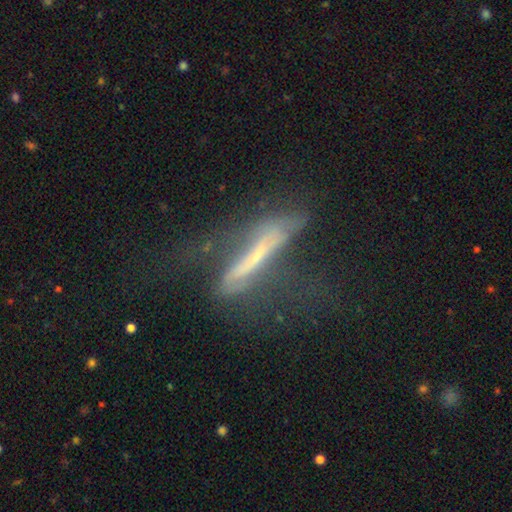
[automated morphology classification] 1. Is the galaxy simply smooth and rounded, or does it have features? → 61% featured or disk, 29% smooth, 10% star or artifact.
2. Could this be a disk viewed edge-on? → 62% yes, 38% no.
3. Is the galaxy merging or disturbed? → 38% none, 36% major disturbance, 22% minor disturbance, 4% merger.